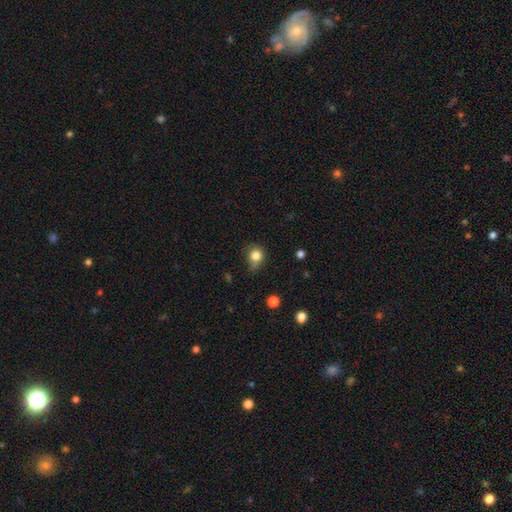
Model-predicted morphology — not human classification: The model was most divided on "merging": none: 50%, minor disturbance: 34%, major disturbance: 11%, merger: 5%. More confident: smooth or featured — smooth (81%); how rounded — round (76%).